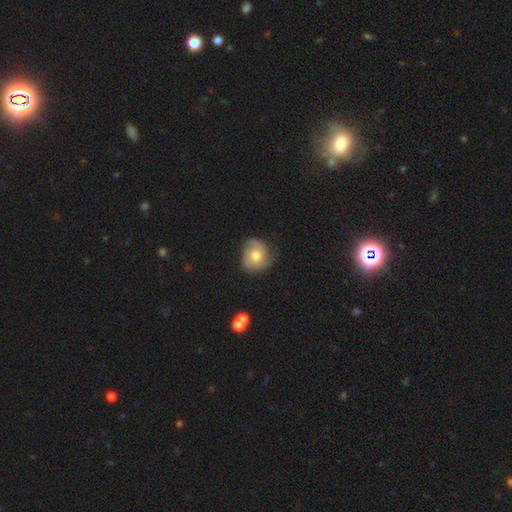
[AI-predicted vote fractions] featured or disk 57%, smooth 37%, star or artifact 7%. Down the decision tree: edge-on disk — no (97%); bar — no (78%); spiral arms — yes (85%); bulge size — moderate (74%); merging — none (65%).